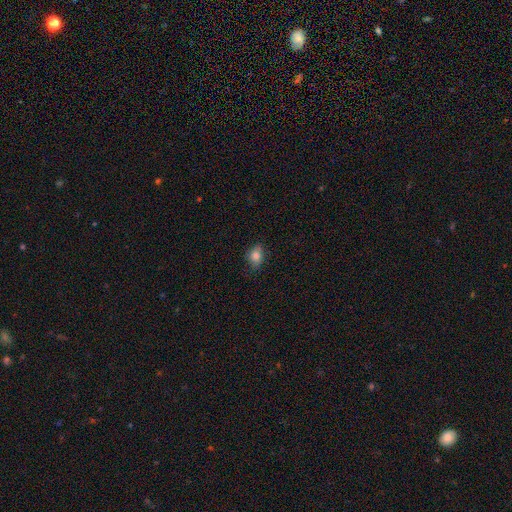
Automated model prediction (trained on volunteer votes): The model was most divided on "how rounded": in between: 73%, round: 25%, cigar-shaped: 2%. More confident: smooth or featured — smooth (81%); merging — none (76%).